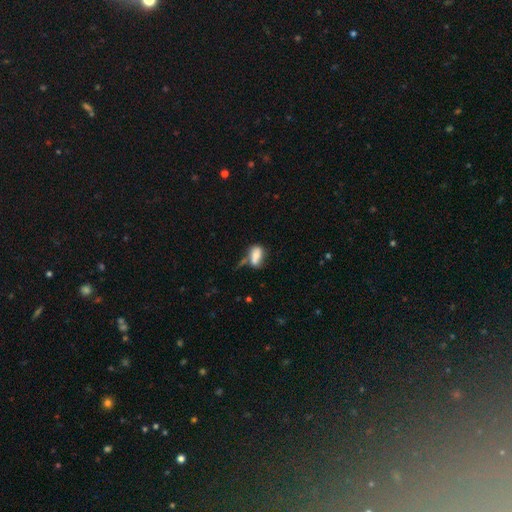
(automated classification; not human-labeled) smooth_or_featured: smooth (p=0.63) [alt: featured or disk p=0.27]
how_rounded: in between (p=0.81) [alt: round p=0.13]
merging: none (p=0.31) [tied with: merger p=0.31]